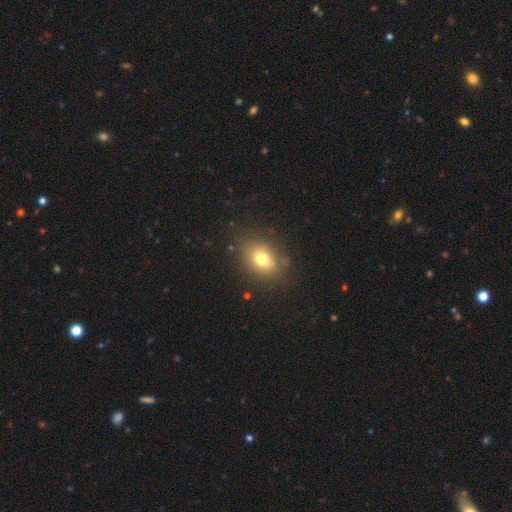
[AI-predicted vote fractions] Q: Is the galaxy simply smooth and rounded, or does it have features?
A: smooth — 66%.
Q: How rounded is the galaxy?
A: round — 51%.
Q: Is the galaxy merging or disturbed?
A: none — 90%.